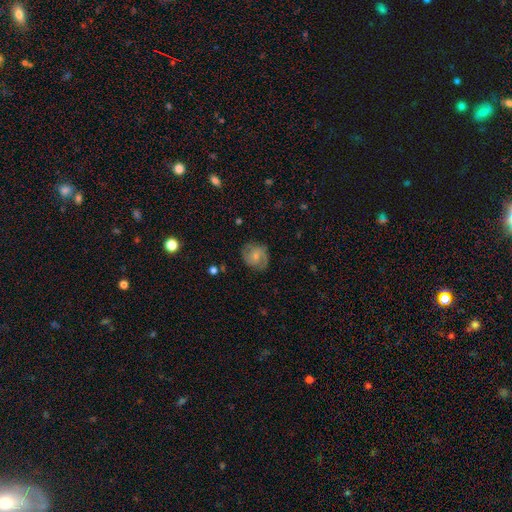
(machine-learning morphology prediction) A featured or disk galaxy (64%) with no bar (56%), 2 (81%) medium (47%) spiral arms (92%) and a small central bulge (48%).

Vote fractions:
- Smooth or featured? featured or disk: 64% / smooth: 29% / star or artifact: 7%
- Edge-on disk? no: 98% / yes: 2%
- Bar? no: 56% / weak: 38% / strong: 7%
- Spiral arms? yes: 92% / no: 8%
- Spiral winding? medium: 47% / tight: 36% / loose: 16%
- Spiral arm count? 2: 81% / can't tell: 9% / 3: 3% / 1: 3% / 4: 1% / more than 4: 1%
- Bulge size? small: 48% / moderate: 33% / none: 14% / large: 4% / dominant: 1%
- Merging? none: 77% / minor disturbance: 16% / major disturbance: 6% / merger: 1%